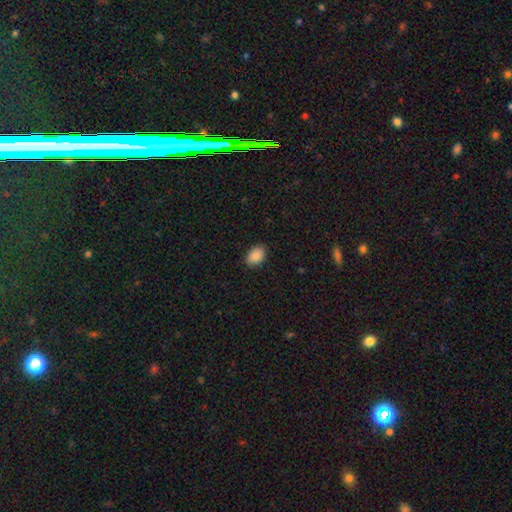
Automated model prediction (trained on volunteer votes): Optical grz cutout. It shows a smooth galaxy with no disk features (89%) that is in between round and cigar-shaped (87%). Merging: none (87%).